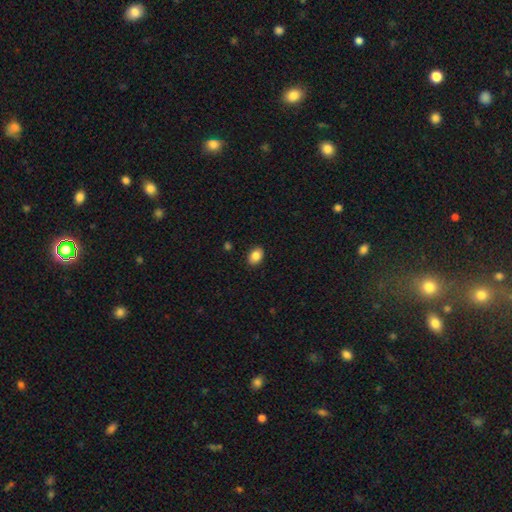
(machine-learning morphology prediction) smooth_or_featured: smooth (p=0.86) [alt: star or artifact p=0.08]
how_rounded: in between (p=0.80) [alt: round p=0.19]
merging: none (p=0.89) [alt: minor disturbance p=0.08]